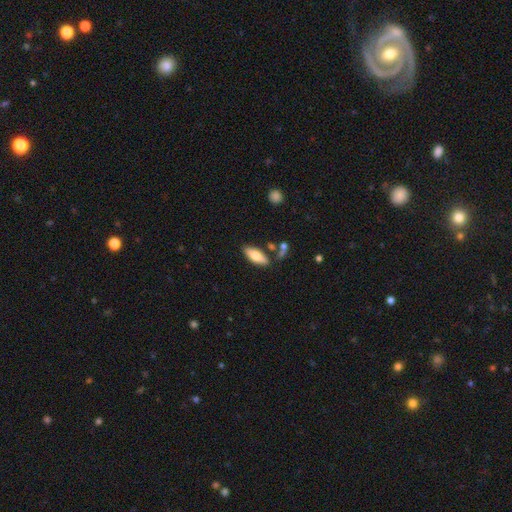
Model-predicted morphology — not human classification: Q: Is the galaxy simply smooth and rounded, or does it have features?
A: smooth — 69%.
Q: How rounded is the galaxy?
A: in between — 73%.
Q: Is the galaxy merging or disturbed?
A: none — 74%.